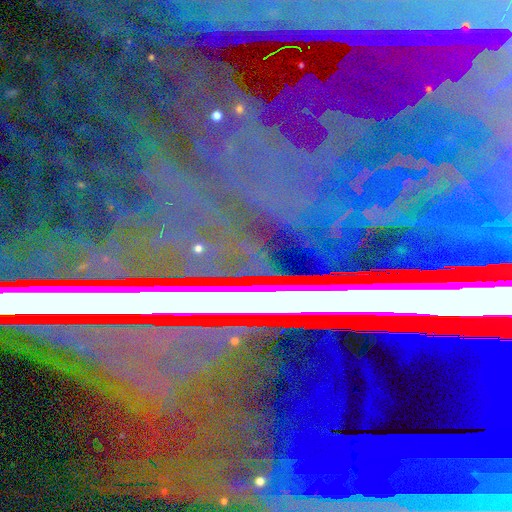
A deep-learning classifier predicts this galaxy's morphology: A star or artifact, not a galaxy (78%).

Vote fractions:
- Smooth or featured? star or artifact: 78% / featured or disk: 15% / smooth: 7%